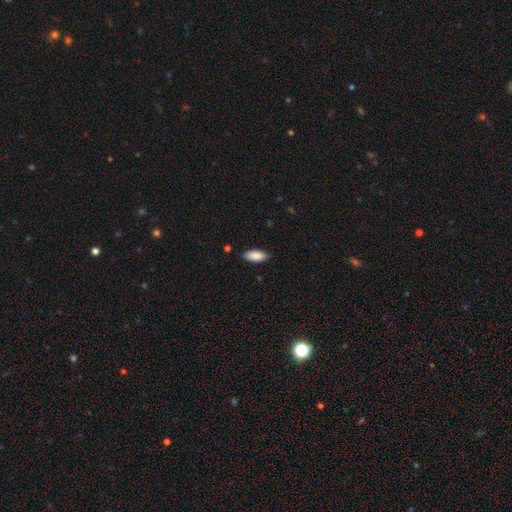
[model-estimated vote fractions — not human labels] Smooth or featured: smooth — 89% (star or artifact — 6%)
How rounded: in between — 88% (cigar-shaped — 11%)
Merging: none — 87% (minor disturbance — 10%)